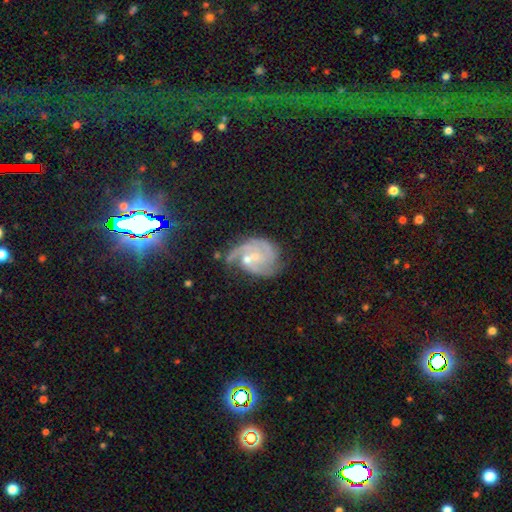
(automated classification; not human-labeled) Smooth or featured? Predicted: featured or disk (p=0.79). Edge-on disk? Predicted: no (p=0.98). Bar? Predicted: no (p=0.59). Spiral arms? Predicted: yes (p=0.92). Spiral winding? Predicted: medium (p=0.44). Spiral arm count? Predicted: 2 (p=0.40). Bulge size? Predicted: small (p=0.62). Merging? Predicted: none (p=0.38).